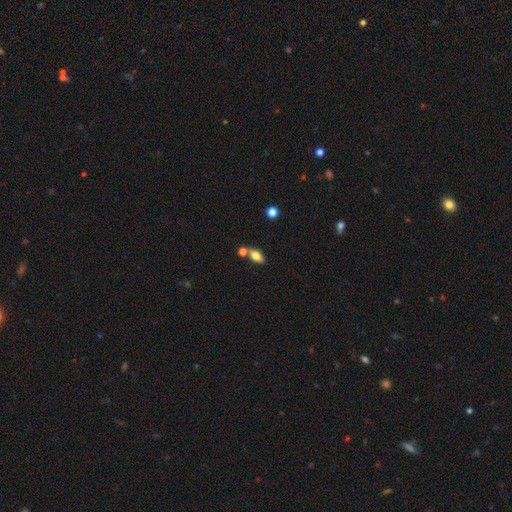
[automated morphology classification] Smooth or featured: smooth — 73% (featured or disk — 18%)
How rounded: in between — 84% (round — 8%)
Merging: none — 64% (merger — 21%)